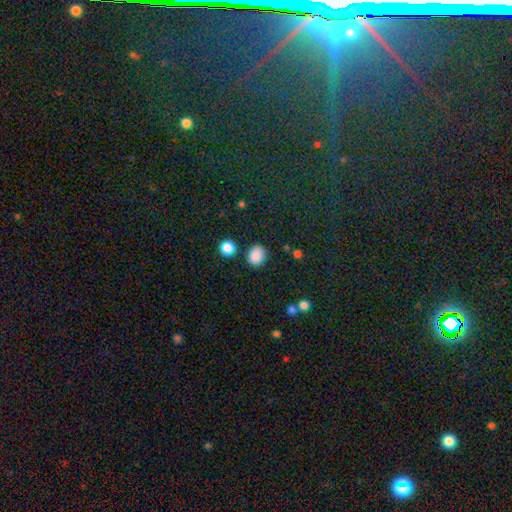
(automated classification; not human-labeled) Smooth or featured? smooth (86%)
How rounded? round (57%)
Merging? none (80%)